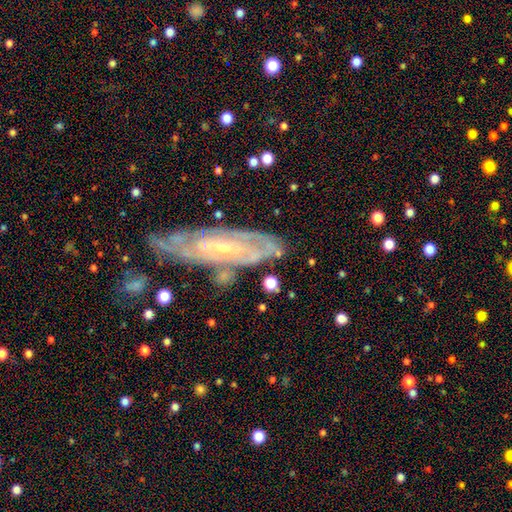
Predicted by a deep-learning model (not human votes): Overall: featured or disk (80%). Edge-on disk: no (82%). Bar: no (50%; weak 33%). Spiral arms: yes (85%). Spiral arm count: can't tell (48%; 2 27%). Spiral winding: tight (62%; medium 29%). Bulge size: small (72%). Merging: none (65%).